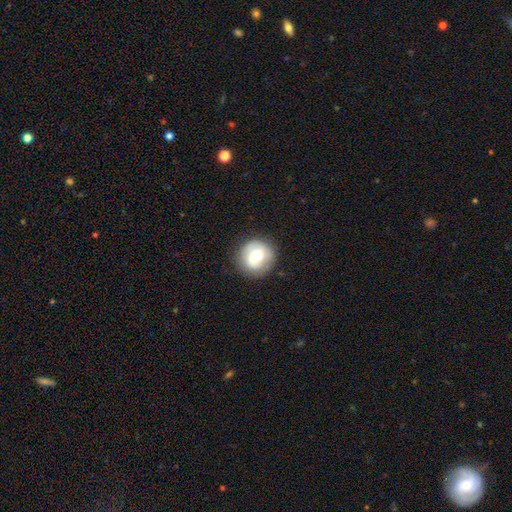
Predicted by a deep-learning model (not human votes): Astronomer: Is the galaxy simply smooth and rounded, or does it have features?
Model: smooth — 61%.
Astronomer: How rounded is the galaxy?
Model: round — 89%.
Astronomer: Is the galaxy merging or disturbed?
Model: none — 82%.